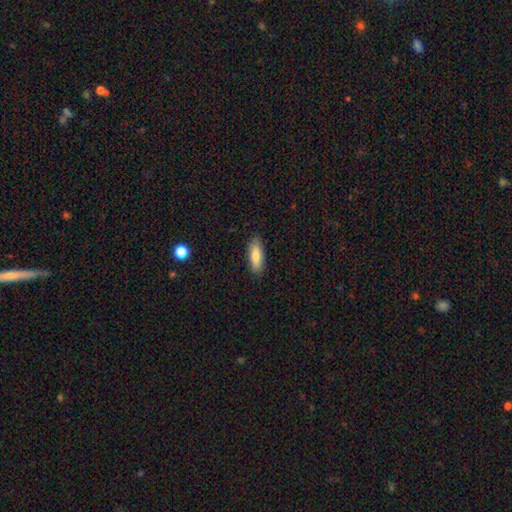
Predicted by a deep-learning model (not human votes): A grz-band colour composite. It shows a smooth galaxy with no disk features (78%) that is in between round and cigar-shaped (63%). Merging: none (86%).